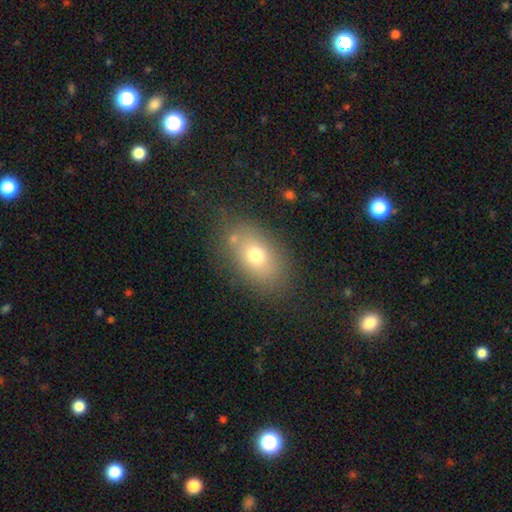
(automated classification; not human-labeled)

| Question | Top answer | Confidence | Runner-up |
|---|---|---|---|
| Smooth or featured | smooth | 71% | featured or disk (17%) |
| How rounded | in between | 82% | round (16%) |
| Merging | none | 74% | minor disturbance (15%) |